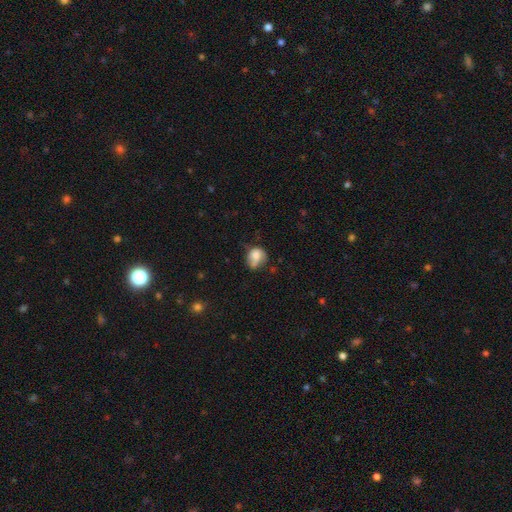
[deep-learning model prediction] Overall: smooth (70%). How rounded: in between (53%; round 46%). Merging: minor disturbance (36%; none 32%).